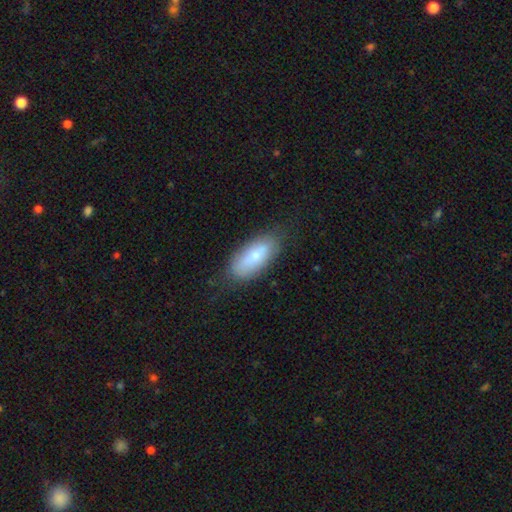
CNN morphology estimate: smooth-or-featured: smooth: 72% | featured or disk: 21% | star or artifact: 7%
  how-rounded: in between: 82% | cigar-shaped: 16% | round: 2%
  merging: none: 77% | minor disturbance: 17% | major disturbance: 4% | merger: 1%